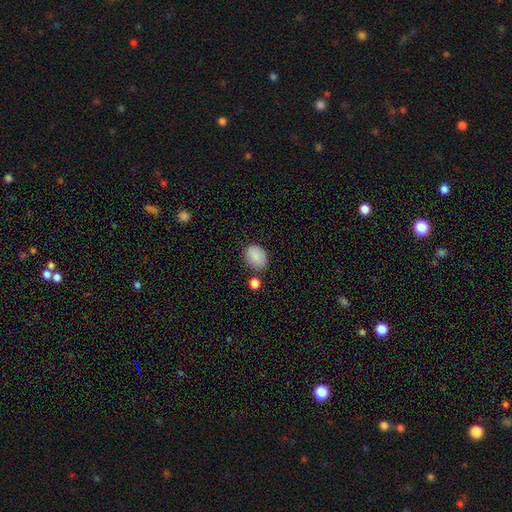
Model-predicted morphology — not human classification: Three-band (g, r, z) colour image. It shows a smooth galaxy with no disk features (87%) that is in between round and cigar-shaped (70%). Merging: none (74%).